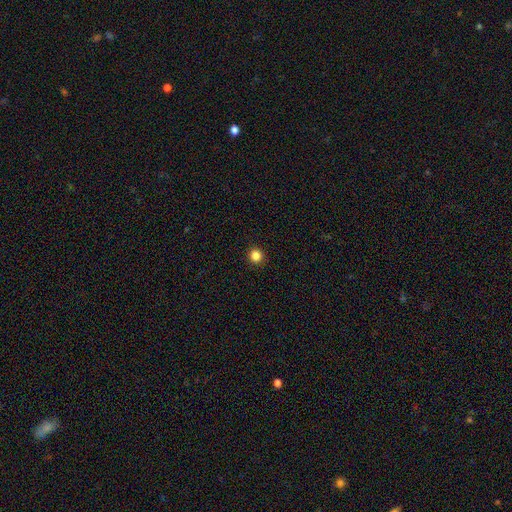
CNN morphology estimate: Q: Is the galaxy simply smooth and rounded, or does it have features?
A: smooth — 84%.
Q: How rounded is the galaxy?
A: round — 94%.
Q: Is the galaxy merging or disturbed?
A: none — 93%.